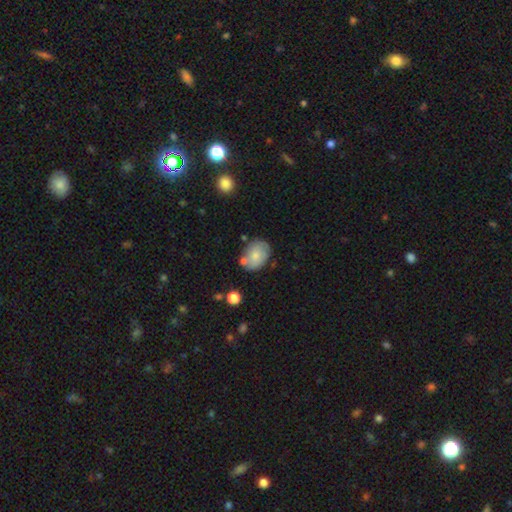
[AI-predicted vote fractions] A smooth galaxy with no disk features (71%) that is in between round and cigar-shaped (70%).

Vote fractions:
- Smooth or featured? smooth: 71% / featured or disk: 22% / star or artifact: 7%
- How rounded? in between: 70% / round: 29% / cigar-shaped: 1%
- Merging? none: 66% / minor disturbance: 19% / merger: 10% / major disturbance: 5%